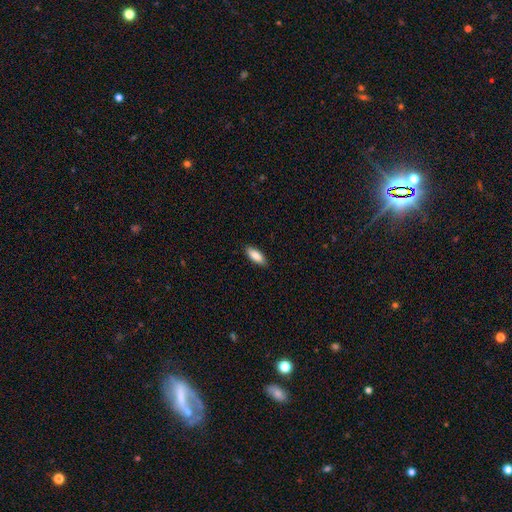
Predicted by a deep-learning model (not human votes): smooth_or_featured: smooth (p=0.85) [alt: featured or disk p=0.09]
how_rounded: in between (p=0.73) [alt: cigar-shaped p=0.25]
merging: none (p=0.88) [alt: minor disturbance p=0.10]